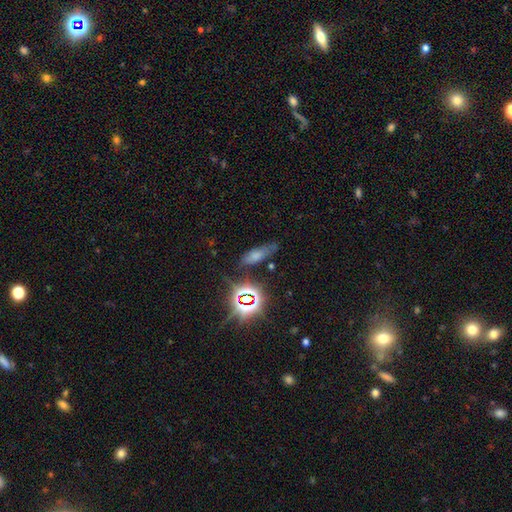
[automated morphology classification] Smooth or featured: smooth — 60% (star or artifact — 25%)
How rounded: in between — 57% (cigar-shaped — 38%)
Merging: none — 63% (minor disturbance — 23%)